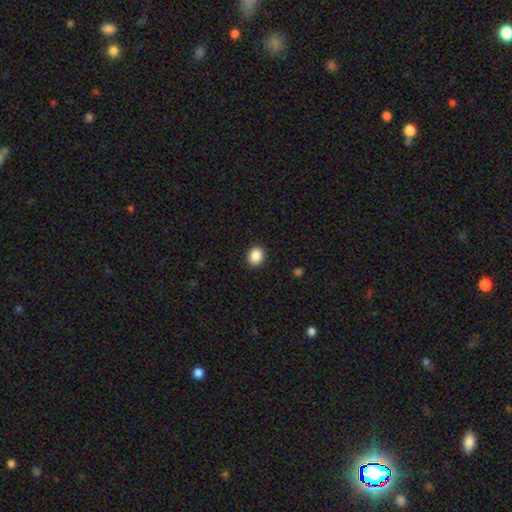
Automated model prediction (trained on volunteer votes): Smooth or featured: smooth — 89% (star or artifact — 9%)
How rounded: round — 65% (in between — 34%)
Merging: none — 91% (minor disturbance — 6%)